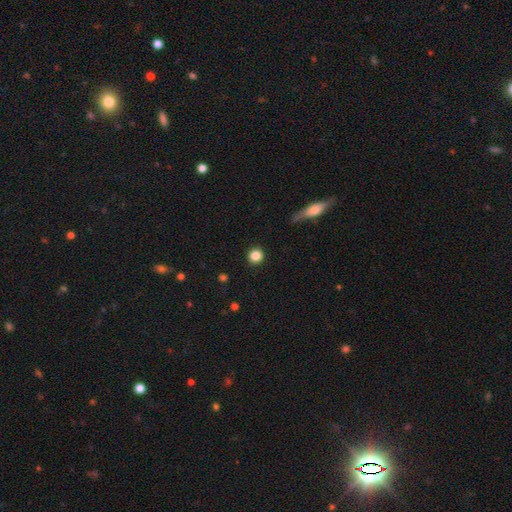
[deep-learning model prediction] This appears to be a smooth galaxy with no disk features (86%) that is round (93%). Merging: none (91%).